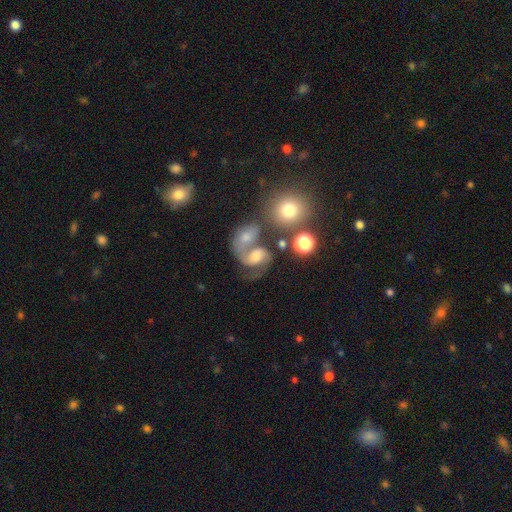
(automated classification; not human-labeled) Q: Smooth or featured?
A: featured or disk (68%); runner-up: smooth (21%)
Q: Edge-on disk?
A: no (98%); runner-up: yes (2%)
Q: Bar?
A: no (53%); runner-up: weak (36%)
Q: Spiral arms?
A: yes (90%); runner-up: no (10%)
Q: Spiral winding?
A: loose (45%); tied with: medium (45%)
Q: Spiral arm count?
A: 2 (79%); runner-up: 1 (13%)
Q: Bulge size?
A: moderate (55%); runner-up: small (22%)
Q: Merging?
A: merger (52%); runner-up: none (25%)